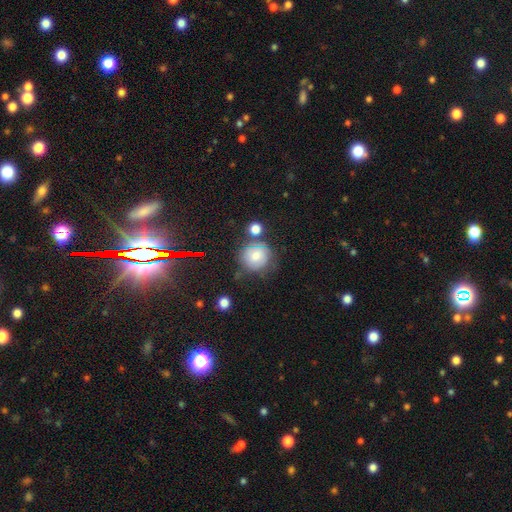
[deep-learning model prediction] Morphology: type=smooth (59%); roundness=round (91%); merging=none (63%).